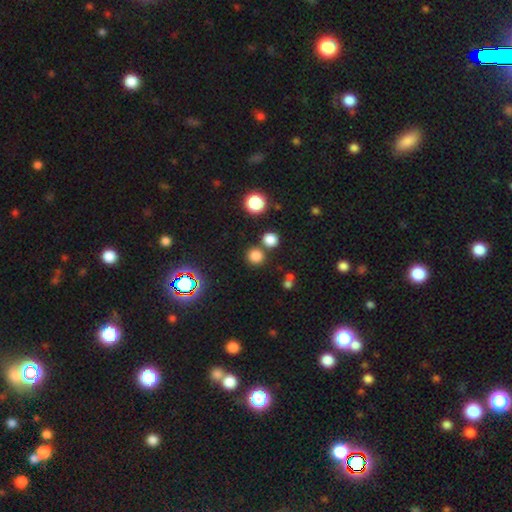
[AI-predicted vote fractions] Smooth or featured?
  - smooth: 77% *
  - star or artifact: 18%
  - featured or disk: 5%
How rounded?
  - round: 92% *
  - in between: 7%
  - cigar-shaped: 1%
Merging?
  - none: 77% *
  - merger: 14%
  - minor disturbance: 7%
  - major disturbance: 3%